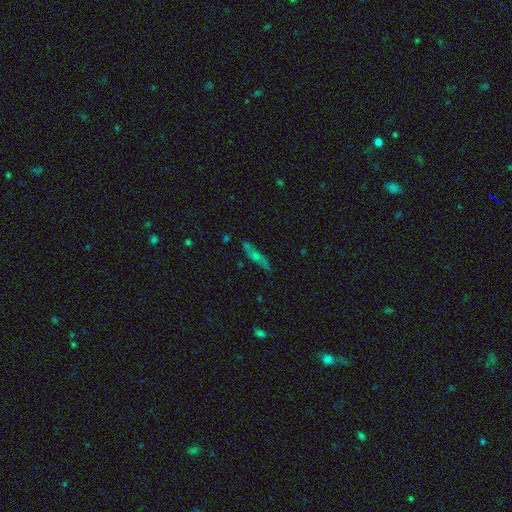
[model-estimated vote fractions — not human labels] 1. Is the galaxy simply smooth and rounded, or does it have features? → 47% smooth, 41% featured or disk, 12% star or artifact.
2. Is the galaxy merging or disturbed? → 75% none, 17% minor disturbance, 5% major disturbance, 4% merger.